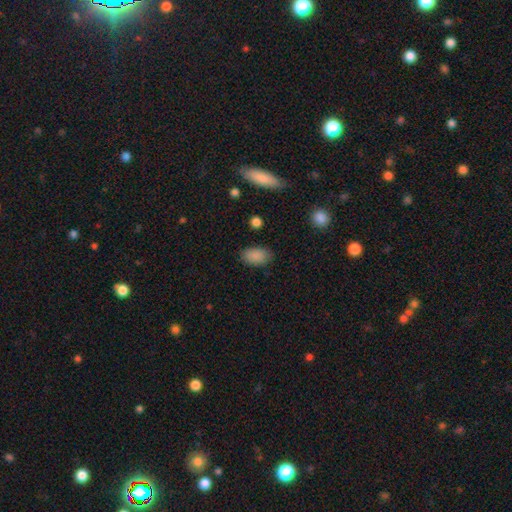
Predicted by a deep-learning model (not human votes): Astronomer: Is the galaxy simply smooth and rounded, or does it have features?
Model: smooth — 88%.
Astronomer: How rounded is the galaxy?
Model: in between — 92%.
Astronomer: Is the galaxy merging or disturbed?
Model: none — 85%.